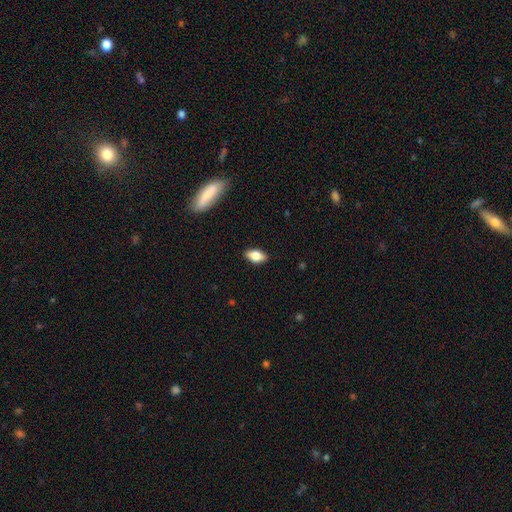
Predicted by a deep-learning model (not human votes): The model was most divided on "smooth or featured": smooth: 71%, featured or disk: 21%, star or artifact: 8%. More confident: how rounded — in between (87%); merging — none (86%).